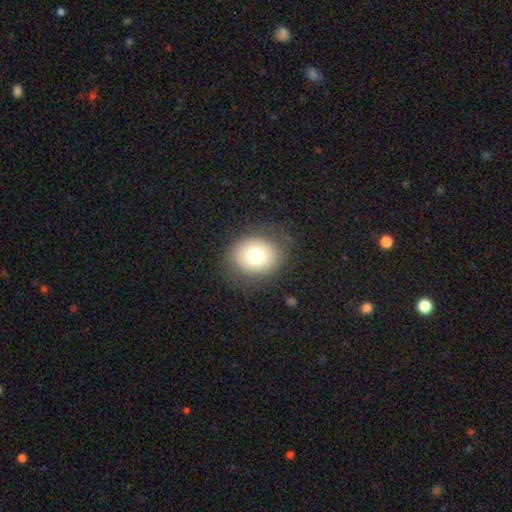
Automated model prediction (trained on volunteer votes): smooth 74%, featured or disk 16%, star or artifact 10%. Down the decision tree: how rounded — round (69%); merging — none (80%).